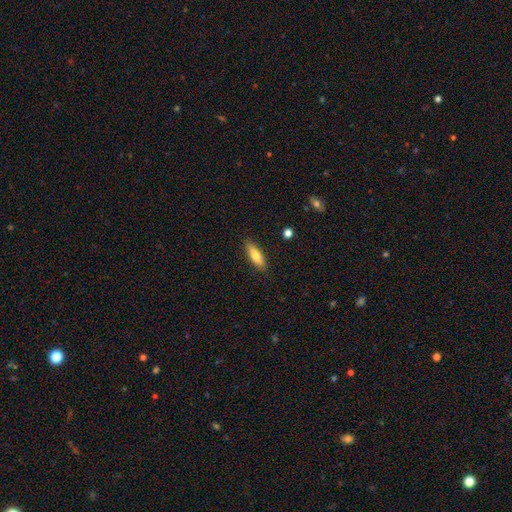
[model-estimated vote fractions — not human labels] A smooth galaxy with no disk features (78%) that is cigar-shaped (50%).

Vote fractions:
- Smooth or featured? smooth: 78% / featured or disk: 16% / star or artifact: 6%
- How rounded? cigar-shaped: 50% / in between: 48% / round: 2%
- Merging? none: 88% / minor disturbance: 9% / major disturbance: 2% / merger: 1%